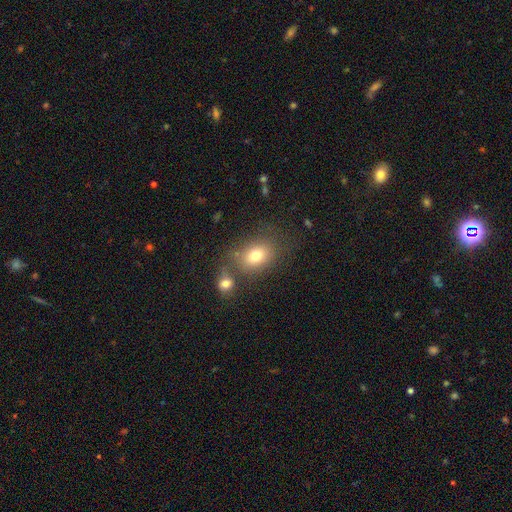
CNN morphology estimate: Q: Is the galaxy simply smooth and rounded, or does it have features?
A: smooth — 76%.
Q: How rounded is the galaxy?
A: in between — 66%.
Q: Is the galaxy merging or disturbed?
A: none — 59%.